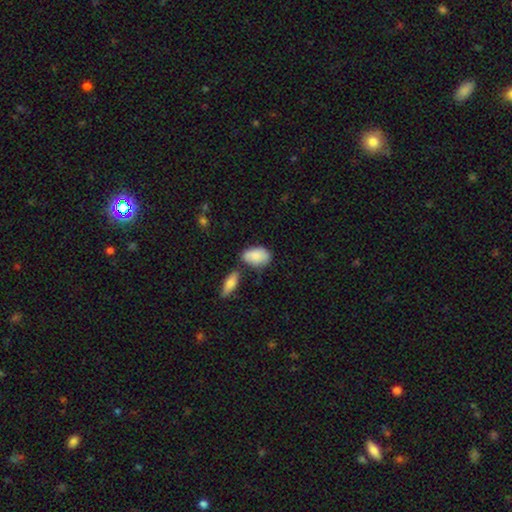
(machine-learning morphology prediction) smooth-or-featured: smooth: 84% | featured or disk: 9% | star or artifact: 6%
  how-rounded: in between: 92% | round: 5% | cigar-shaped: 2%
  merging: none: 54% | minor disturbance: 25% | merger: 15% | major disturbance: 6%